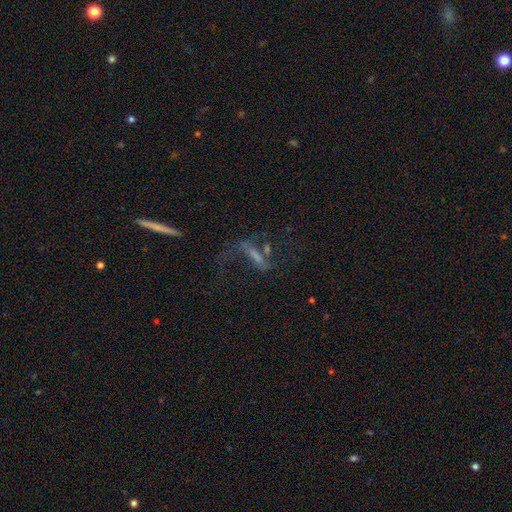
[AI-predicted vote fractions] featured or disk 54%, smooth 29%, star or artifact 17%. Down the decision tree: edge-on disk — no (74%); merging — major disturbance (39%).